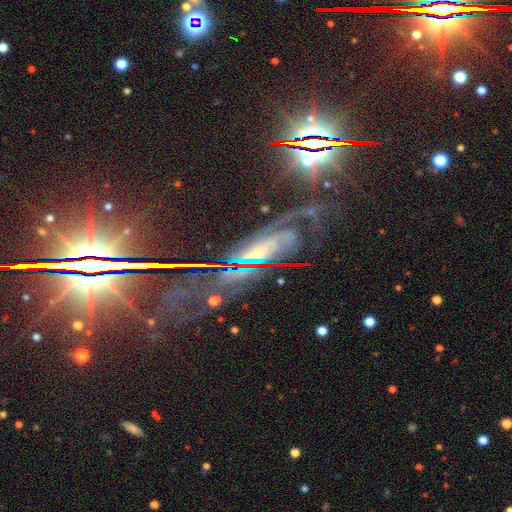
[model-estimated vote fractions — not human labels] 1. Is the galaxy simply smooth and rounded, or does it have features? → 60% featured or disk, 30% star or artifact, 10% smooth.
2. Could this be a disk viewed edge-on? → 80% no, 20% yes.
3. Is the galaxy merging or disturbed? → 68% none, 17% minor disturbance, 12% major disturbance, 4% merger.